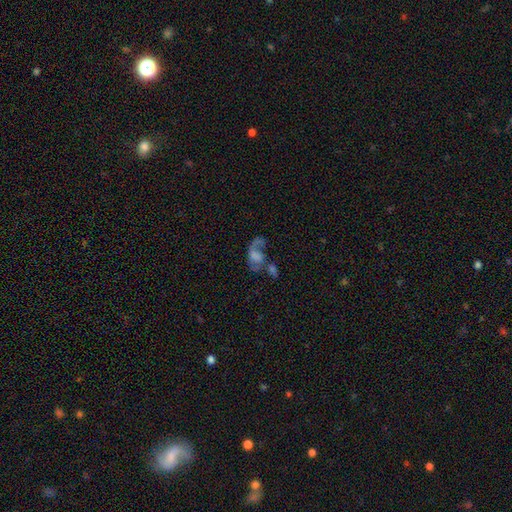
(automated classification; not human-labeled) This is possibly a featured or disk galaxy (56%). It is clearly not viewed edge-on (96%). Bar: likely no (67%). Spiral arm pattern: likely yes (68%). Central bulge: possibly none (50%). Merging: marginally major disturbance (34%).